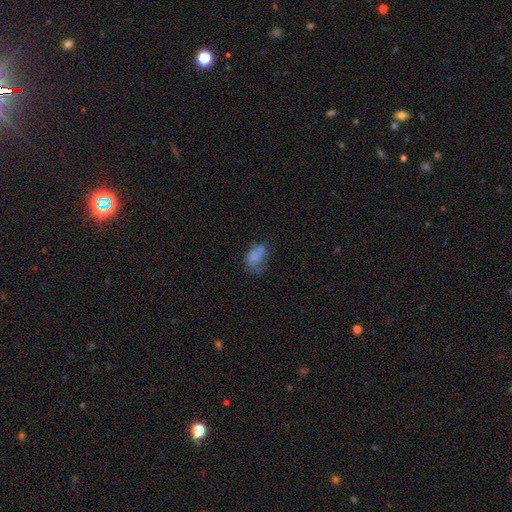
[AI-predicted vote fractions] A smooth galaxy with no disk features (61%) that is in between round and cigar-shaped (83%). Merging: none (36%).